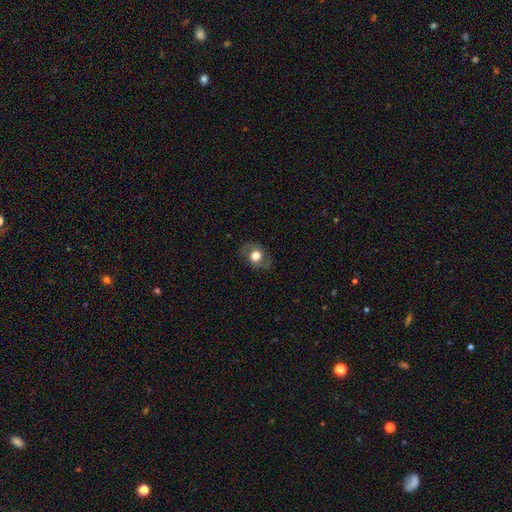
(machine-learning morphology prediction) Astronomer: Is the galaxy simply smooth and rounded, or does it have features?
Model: smooth — 55% (runner-up: featured or disk, 35%).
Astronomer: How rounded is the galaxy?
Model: in between — 50% (runner-up: round, 48%).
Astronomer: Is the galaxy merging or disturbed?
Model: none — 78%.